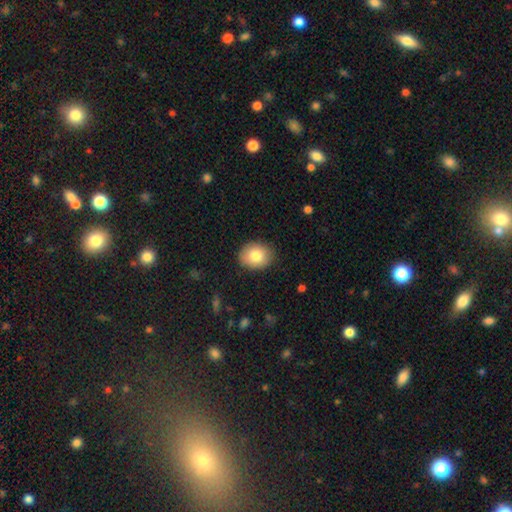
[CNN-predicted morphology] Smooth or featured: smooth — 80% (featured or disk — 11%)
How rounded: in between — 52% (round — 47%)
Merging: none — 86% (minor disturbance — 10%)